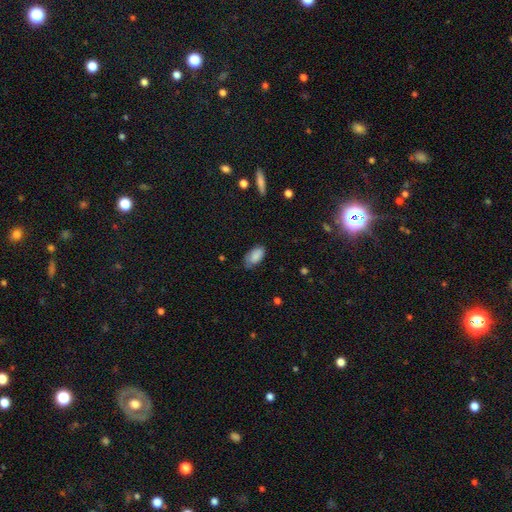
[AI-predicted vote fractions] A smooth galaxy with no disk features (83%) that is in between round and cigar-shaped (94%). Merging: none (65%).